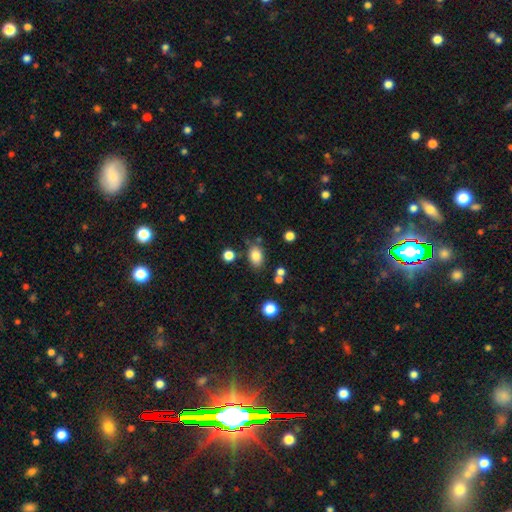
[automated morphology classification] smooth_or_featured: smooth (p=0.83) [alt: star or artifact p=0.10]
how_rounded: in between (p=0.80) [alt: round p=0.18]
merging: none (p=0.75) [alt: minor disturbance p=0.14]